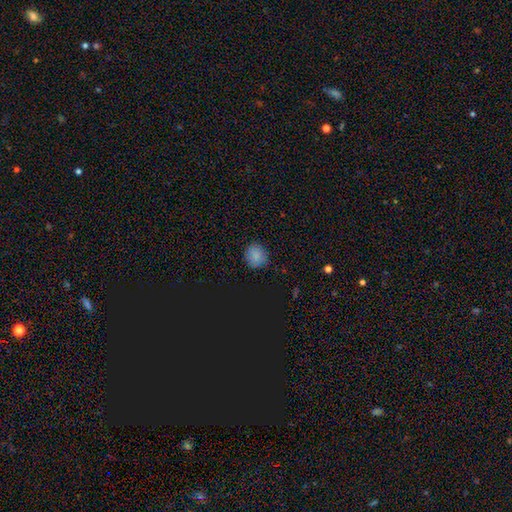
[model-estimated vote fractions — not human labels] Overall: smooth (83%). How rounded: round (86%). Merging: none (86%).